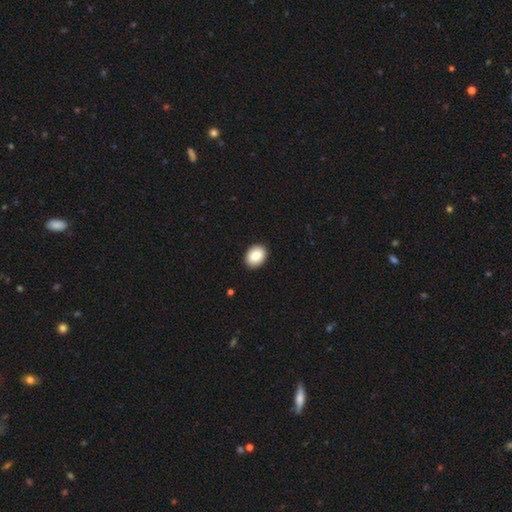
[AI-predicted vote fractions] This is clearly a smooth galaxy (85%). How rounded: likely in between (66%). Merging: clearly none (91%).